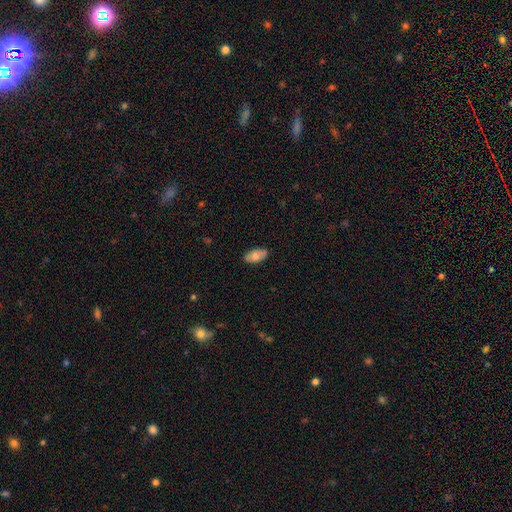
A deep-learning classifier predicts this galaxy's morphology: Smooth or featured: smooth — 71% (featured or disk — 22%)
How rounded: in between — 93% (cigar-shaped — 3%)
Merging: none — 85% (minor disturbance — 12%)